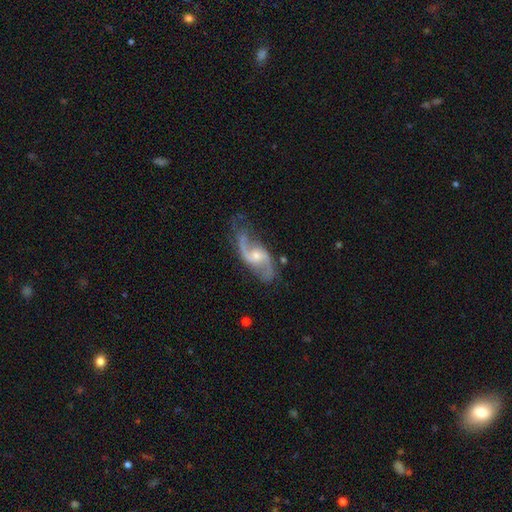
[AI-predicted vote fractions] The model was most divided on "bulge size": small: 51%, moderate: 43%, none: 3%, large: 2%, dominant: 1%. More confident: spiral arms — yes (97%); edge-on disk — no (96%); spiral arm count — 2 (91%); smooth or featured — featured or disk (89%); merging — none (68%); spiral winding — loose (61%); bar — no (51%).